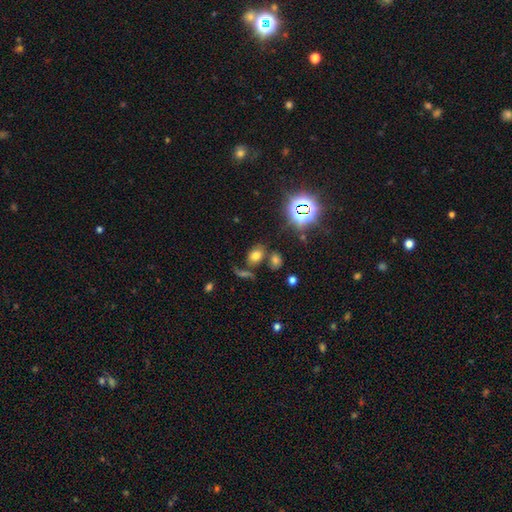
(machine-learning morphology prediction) This appears to be a smooth galaxy with no disk features (65%) that is in between round and cigar-shaped (74%). Merging: none (66%).